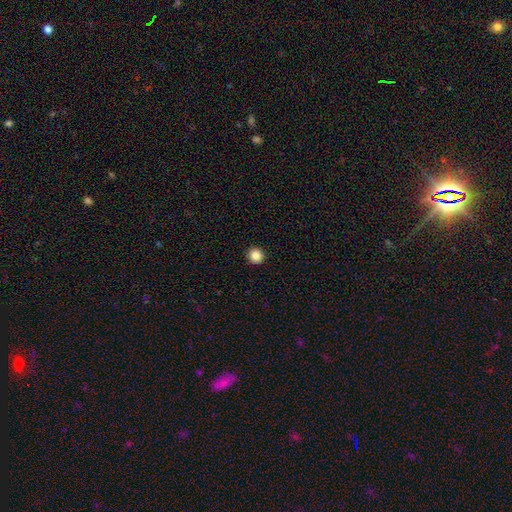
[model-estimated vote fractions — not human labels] A smooth galaxy with no disk features (87%) that is round (95%). Merging: none (94%).